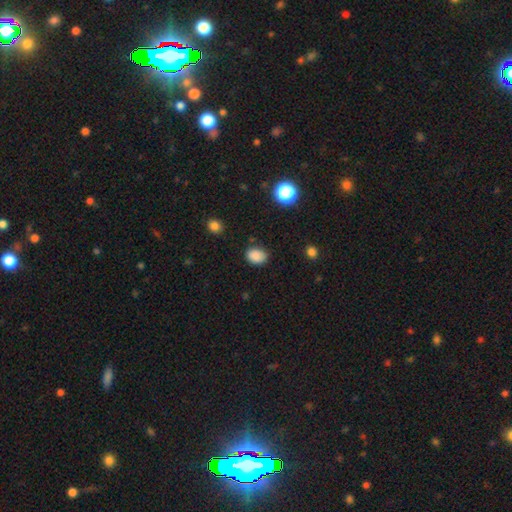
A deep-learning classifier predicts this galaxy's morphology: Q: Smooth or featured?
A: smooth (86%); runner-up: star or artifact (10%)
Q: How rounded?
A: in between (65%); runner-up: round (34%)
Q: Merging?
A: none (80%); runner-up: minor disturbance (15%)